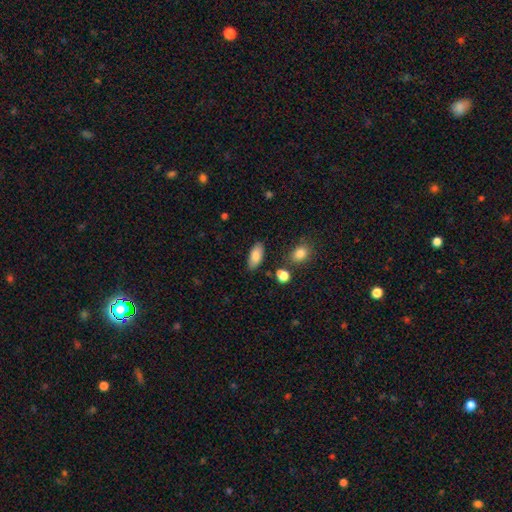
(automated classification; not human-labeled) This is clearly a smooth galaxy (82%). How rounded: clearly in between (89%). Merging: clearly none (82%).